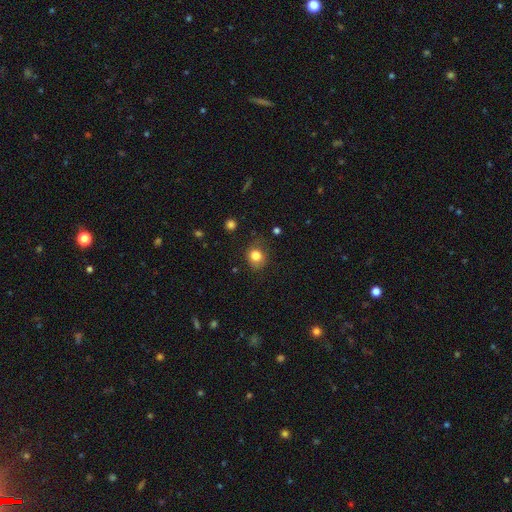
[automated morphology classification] type=smooth (82%); roundness=round (72%); merging=none (73%).